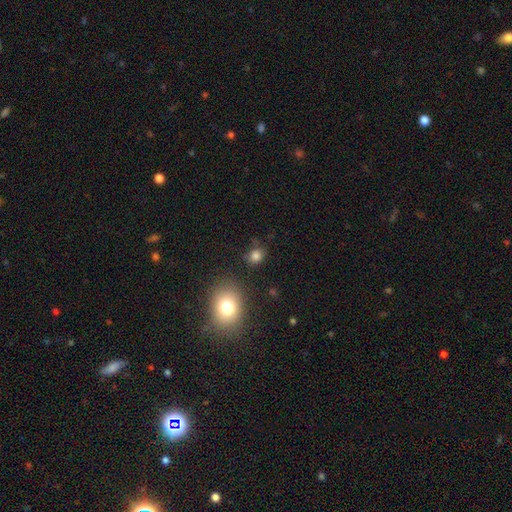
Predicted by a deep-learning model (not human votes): Smooth or featured: smooth — 80% (star or artifact — 14%)
How rounded: round — 65% (in between — 34%)
Merging: none — 74% (minor disturbance — 15%)